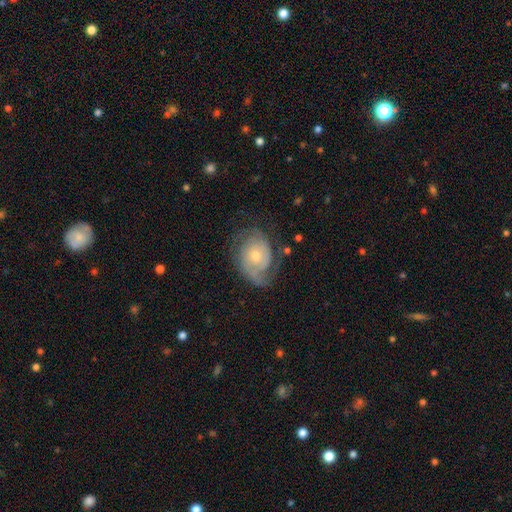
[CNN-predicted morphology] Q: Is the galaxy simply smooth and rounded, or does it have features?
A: featured or disk — 79%.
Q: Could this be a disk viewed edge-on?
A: no — 97%.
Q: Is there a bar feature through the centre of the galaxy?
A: no — 77%.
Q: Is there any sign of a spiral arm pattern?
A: yes — 92%.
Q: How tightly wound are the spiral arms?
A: tight — 54%.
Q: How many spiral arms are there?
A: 2 — 46%.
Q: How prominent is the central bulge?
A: small — 55%.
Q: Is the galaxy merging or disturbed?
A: none — 65%.